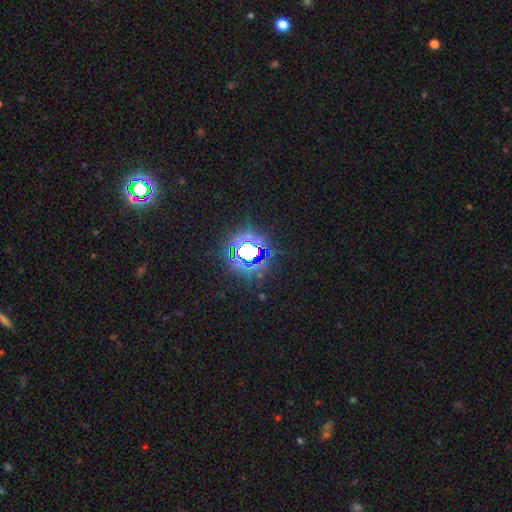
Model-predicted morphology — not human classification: smooth-or-featured: star or artifact: 78% | smooth: 13% | featured or disk: 9%